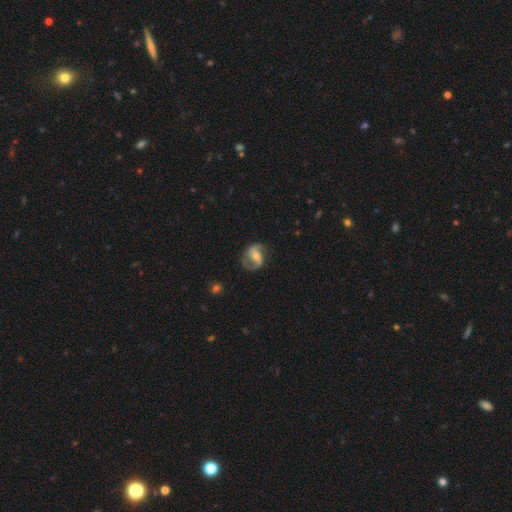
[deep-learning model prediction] Smooth or featured? featured or disk (80%)
Edge-on disk? no (97%)
Bar? weak (40%)
Spiral arms? yes (92%)
Spiral winding? medium (47%)
Spiral arm count? 2 (84%)
Bulge size? moderate (55%)
Merging? none (69%)